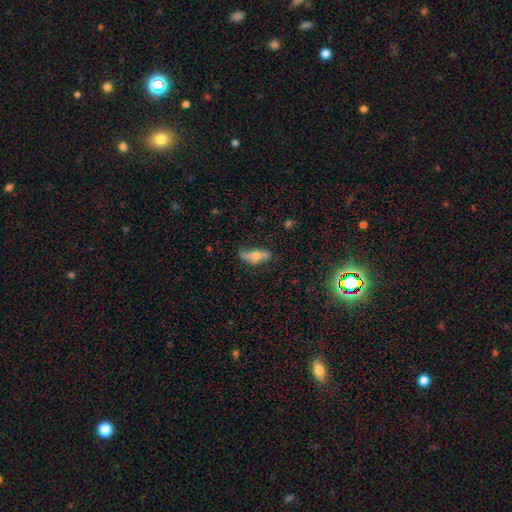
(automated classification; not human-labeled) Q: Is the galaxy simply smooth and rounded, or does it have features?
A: smooth — 49%.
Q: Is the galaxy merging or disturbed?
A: none — 61%.